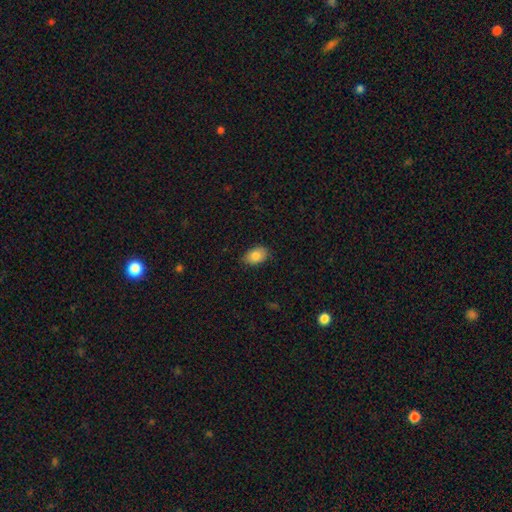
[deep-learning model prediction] smooth 84%, featured or disk 8%, star or artifact 7%. Down the decision tree: how rounded — in between (88%); merging — none (85%).